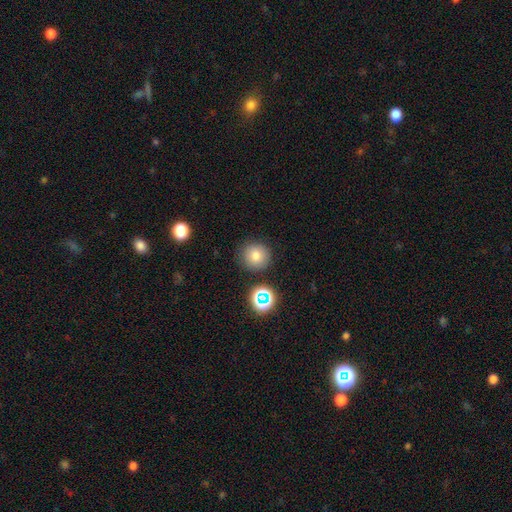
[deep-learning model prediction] smooth-or-featured: smooth: 77% | star or artifact: 15% | featured or disk: 8%
  how-rounded: round: 93% | in between: 6% | cigar-shaped: 1%
  merging: none: 86% | minor disturbance: 7% | merger: 4% | major disturbance: 2%